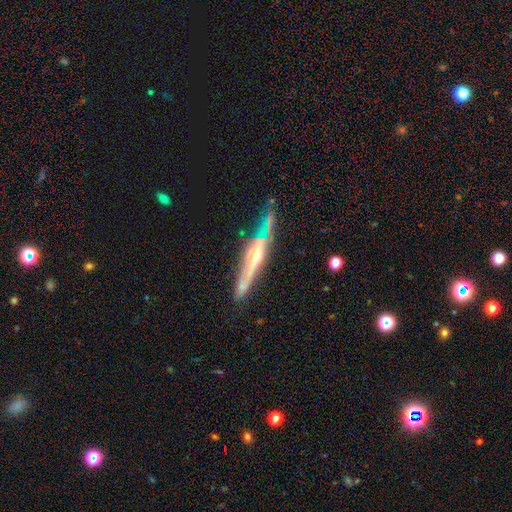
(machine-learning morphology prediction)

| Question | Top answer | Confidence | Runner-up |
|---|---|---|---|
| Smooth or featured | featured or disk | 79% | smooth (14%) |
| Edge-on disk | yes | 89% | no (11%) |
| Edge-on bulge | rounded | 65% | boxy (18%) |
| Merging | none | 63% | minor disturbance (24%) |